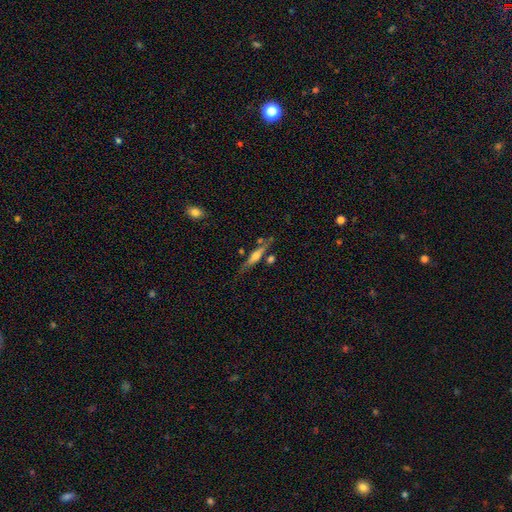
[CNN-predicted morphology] A featured or disk galaxy (55%) viewed edge-on (91%) with a rounded central bulge (65%).

Vote fractions:
- Smooth or featured? featured or disk: 55% / smooth: 37% / star or artifact: 8%
- Edge-on disk? yes: 91% / no: 9%
- Edge-on bulge? rounded: 65% / boxy: 20% / none: 15%
- Merging? none: 70% / minor disturbance: 16% / merger: 9% / major disturbance: 5%